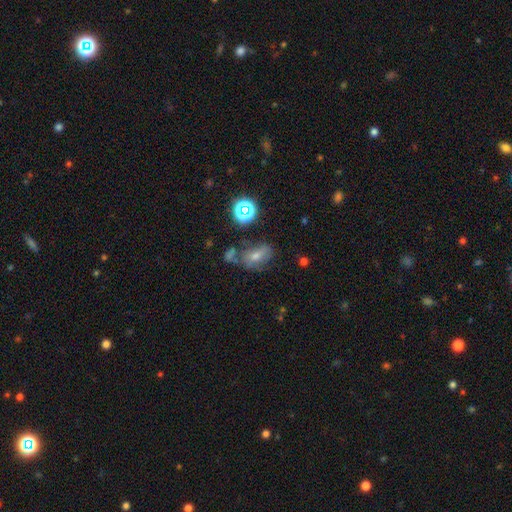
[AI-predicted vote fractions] Smooth or featured: smooth — 40% (featured or disk — 32%)
Merging: none — 50% (minor disturbance — 20%)